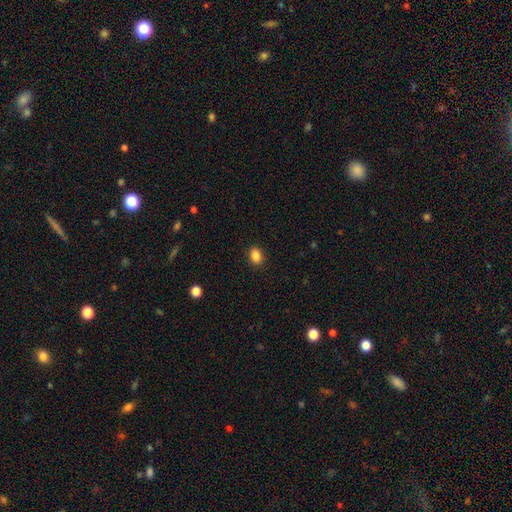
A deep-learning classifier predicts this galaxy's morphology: The model was most divided on "how rounded": in between: 65%, round: 34%, cigar-shaped: 1%. More confident: merging — none (89%); smooth or featured — smooth (87%).